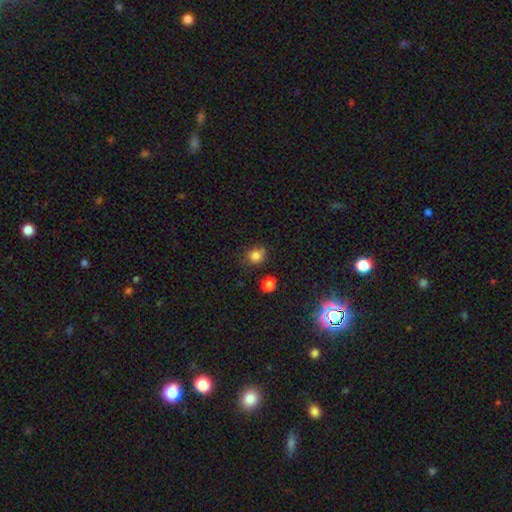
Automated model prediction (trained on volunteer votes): smooth-or-featured: smooth: 82% | star or artifact: 13% | featured or disk: 5%
  how-rounded: round: 80% | in between: 19% | cigar-shaped: 1%
  merging: none: 72% | minor disturbance: 16% | merger: 8% | major disturbance: 4%